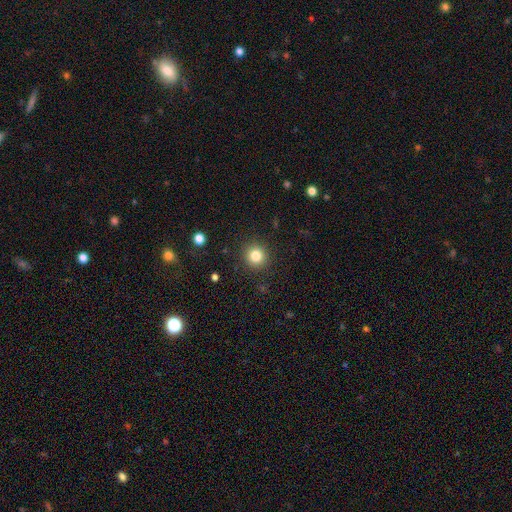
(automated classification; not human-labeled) Smooth or featured? smooth (82%)
How rounded? round (94%)
Merging? none (90%)